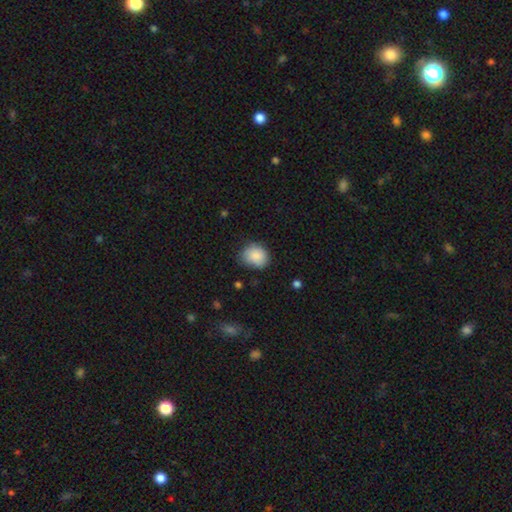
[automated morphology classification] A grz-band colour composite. It shows a smooth galaxy with no disk features (86%) that is round (60%). Merging: none (68%).